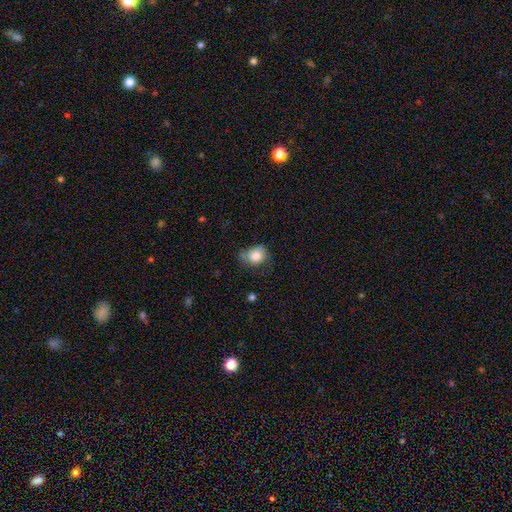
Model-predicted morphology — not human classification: A smooth galaxy with no disk features (84%) that is round (61%).

Vote fractions:
- Smooth or featured? smooth: 84% / star or artifact: 8% / featured or disk: 8%
- How rounded? round: 61% / in between: 38% / cigar-shaped: 1%
- Merging? none: 51% / minor disturbance: 34% / major disturbance: 11% / merger: 5%